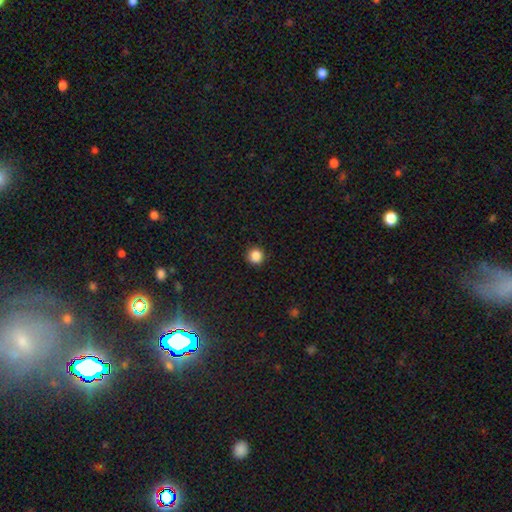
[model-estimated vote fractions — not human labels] Q: Smooth or featured?
A: smooth (86%); runner-up: star or artifact (11%)
Q: How rounded?
A: round (94%); runner-up: in between (5%)
Q: Merging?
A: none (91%); runner-up: minor disturbance (6%)